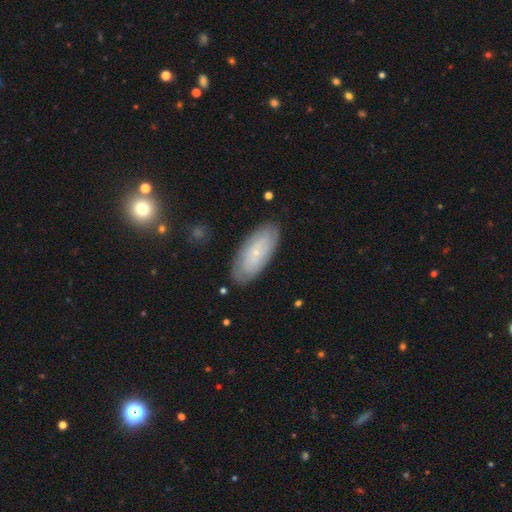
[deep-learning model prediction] smooth 49%, featured or disk 39%, star or artifact 11%. Down the decision tree: merging — none (85%).